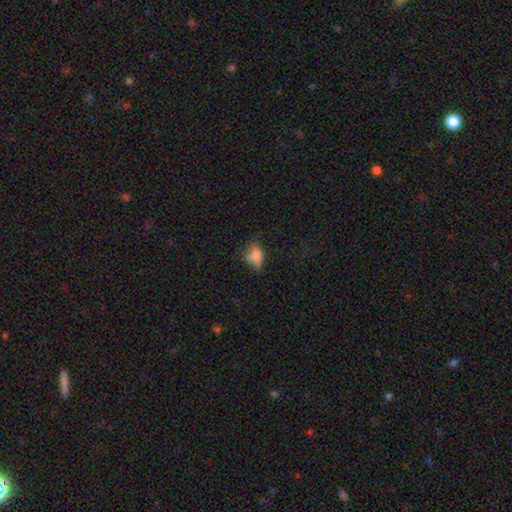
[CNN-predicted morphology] smooth 64%, featured or disk 21%, star or artifact 15%. Down the decision tree: how rounded — in between (76%); merging — none (43%).